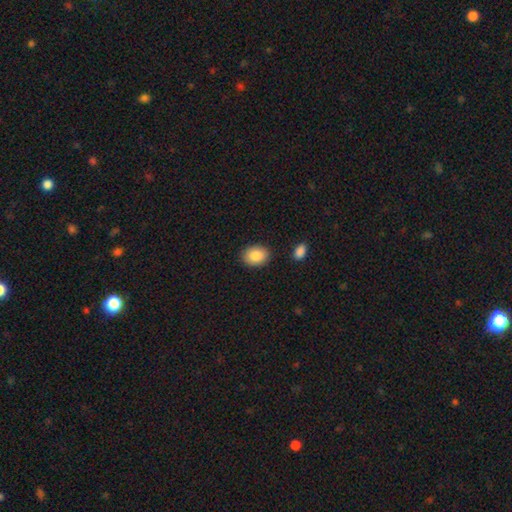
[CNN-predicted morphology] Smooth or featured: smooth — 86% (star or artifact — 7%)
How rounded: in between — 65% (round — 34%)
Merging: none — 87% (minor disturbance — 9%)